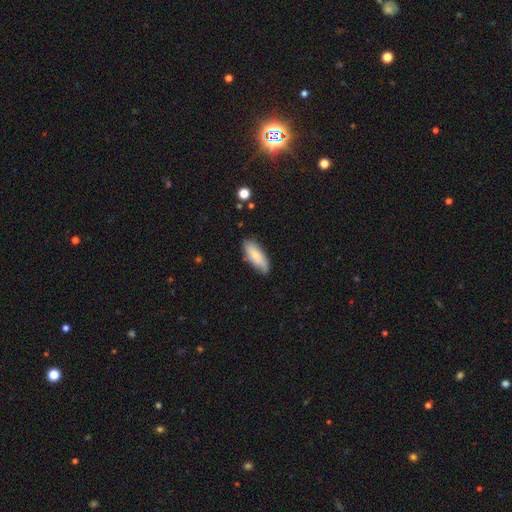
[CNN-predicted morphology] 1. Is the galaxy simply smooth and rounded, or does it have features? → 74% smooth, 20% featured or disk, 6% star or artifact.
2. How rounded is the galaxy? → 75% in between, 23% cigar-shaped, 2% round.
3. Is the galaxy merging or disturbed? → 72% none, 23% minor disturbance, 4% major disturbance, 2% merger.